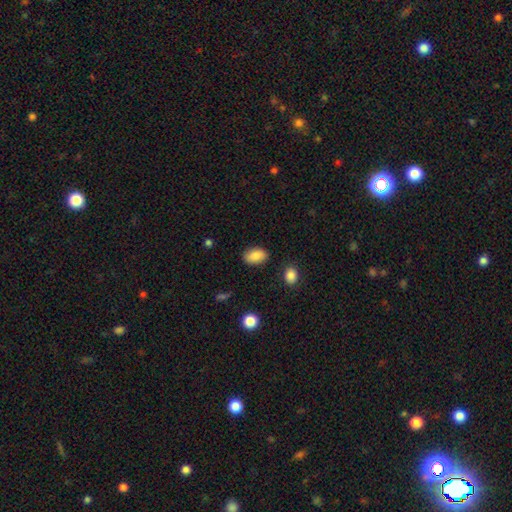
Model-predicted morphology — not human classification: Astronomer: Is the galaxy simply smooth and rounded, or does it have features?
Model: smooth — 87%.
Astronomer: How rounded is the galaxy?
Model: in between — 90%.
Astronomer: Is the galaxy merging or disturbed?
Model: none — 83%.